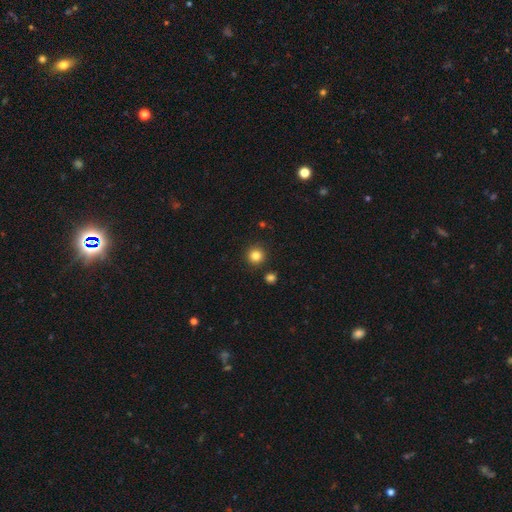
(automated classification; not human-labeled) smooth-or-featured: smooth: 84% | star or artifact: 12% | featured or disk: 5%
  how-rounded: round: 95% | in between: 4% | cigar-shaped: 1%
  merging: none: 89% | minor disturbance: 6% | merger: 3% | major disturbance: 2%